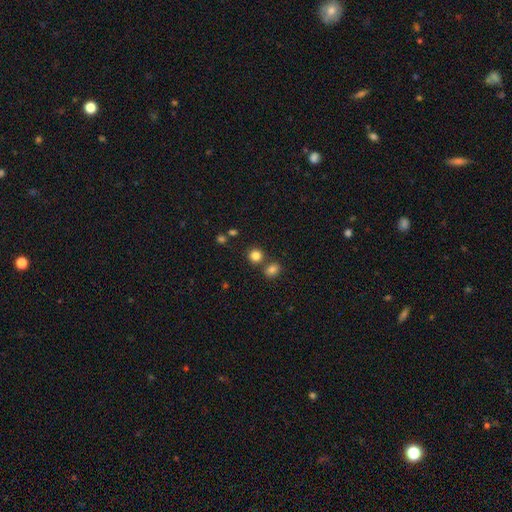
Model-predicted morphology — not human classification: Q: Smooth or featured?
A: smooth (82%); runner-up: star or artifact (13%)
Q: How rounded?
A: round (87%); runner-up: in between (12%)
Q: Merging?
A: none (72%); runner-up: merger (17%)